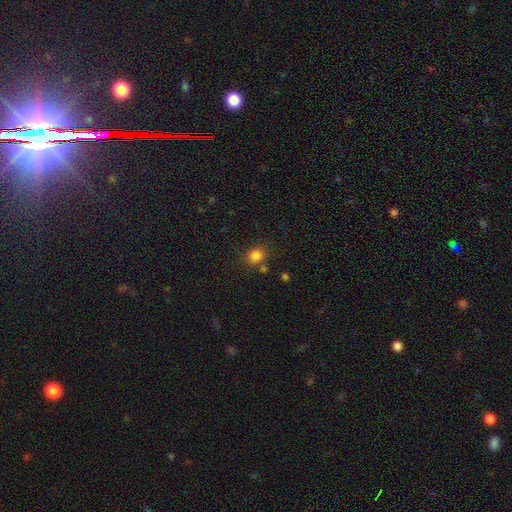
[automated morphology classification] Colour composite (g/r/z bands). It shows a smooth galaxy with no disk features (83%) that is round (74%). Merging: none (76%).